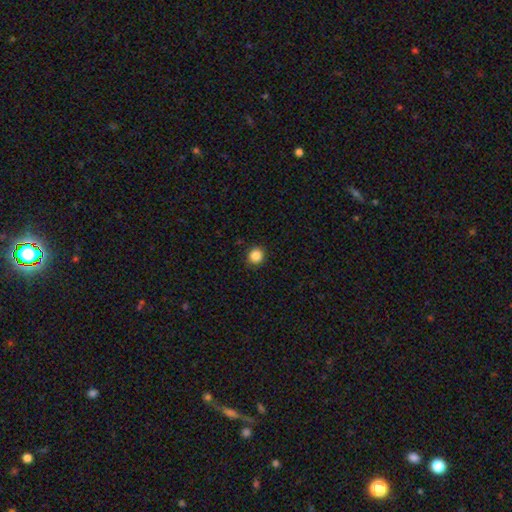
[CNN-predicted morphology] smooth_or_featured: smooth (p=0.86) [alt: star or artifact p=0.11]
how_rounded: round (p=0.90) [alt: in between p=0.09]
merging: none (p=0.91) [alt: minor disturbance p=0.06]